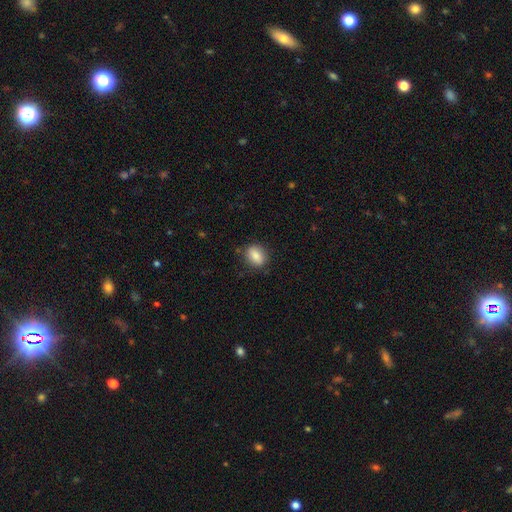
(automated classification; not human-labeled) smooth 84%, featured or disk 8%, star or artifact 8%. Down the decision tree: how rounded — in between (72%); merging — none (83%).